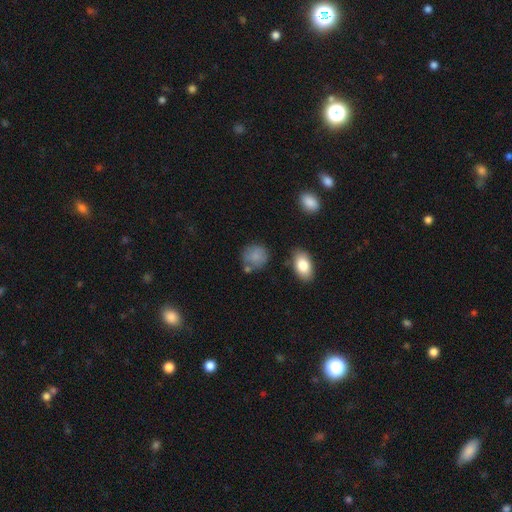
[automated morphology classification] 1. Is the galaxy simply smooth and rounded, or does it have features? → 79% smooth, 12% featured or disk, 9% star or artifact.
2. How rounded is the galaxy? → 77% round, 22% in between, 1% cigar-shaped.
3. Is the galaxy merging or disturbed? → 62% none, 22% minor disturbance, 9% merger, 8% major disturbance.